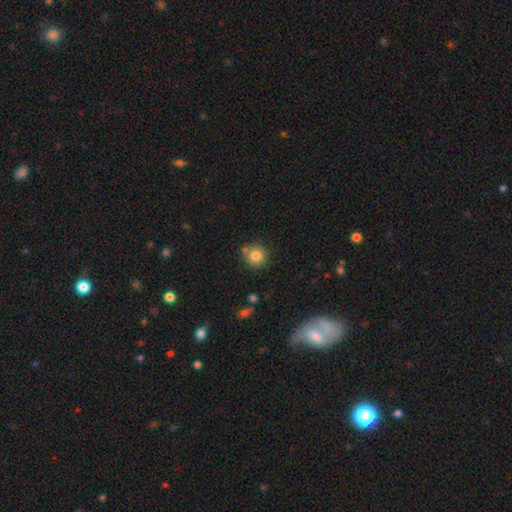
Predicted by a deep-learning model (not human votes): Smooth or featured: smooth — 82% (star or artifact — 10%)
How rounded: round — 91% (in between — 8%)
Merging: none — 71% (minor disturbance — 14%)